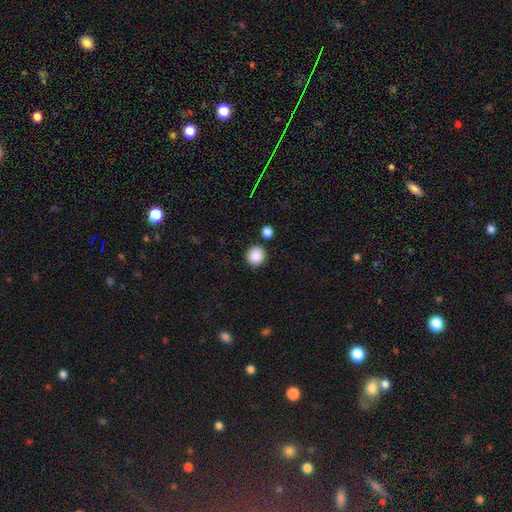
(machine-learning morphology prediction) smooth-or-featured: smooth: 88% | star or artifact: 9% | featured or disk: 3%
  how-rounded: round: 90% | in between: 9% | cigar-shaped: 1%
  merging: none: 85% | minor disturbance: 8% | merger: 4% | major disturbance: 2%